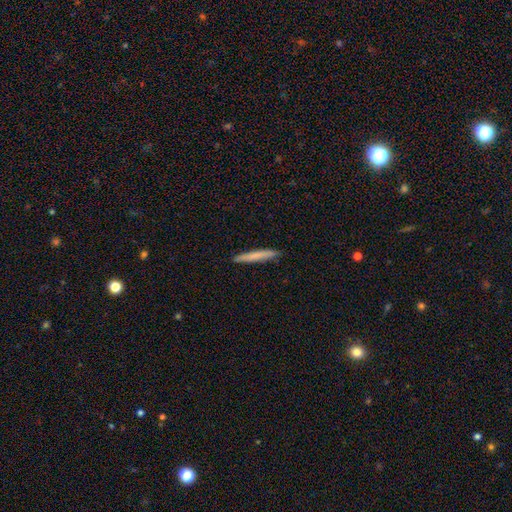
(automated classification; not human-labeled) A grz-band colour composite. It shows a smooth galaxy with no disk features (72%) that is cigar-shaped (96%). Merging: none (90%).